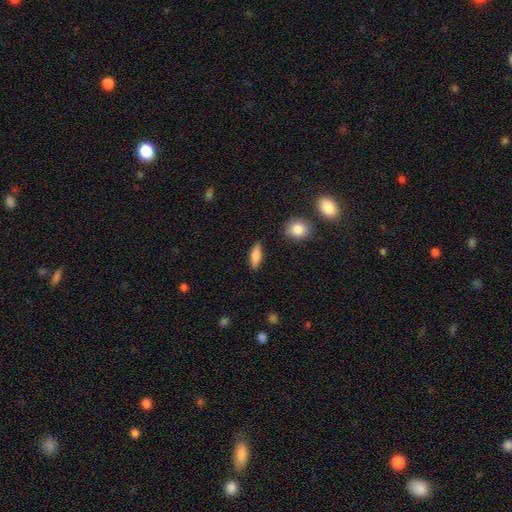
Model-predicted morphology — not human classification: A smooth galaxy with no disk features (76%) that is in between round and cigar-shaped (60%). Merging: none (87%).